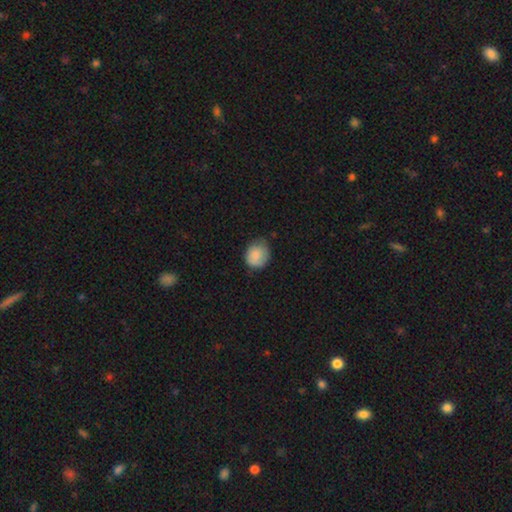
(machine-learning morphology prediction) Smooth or featured? smooth (84%)
How rounded? round (65%)
Merging? none (56%)